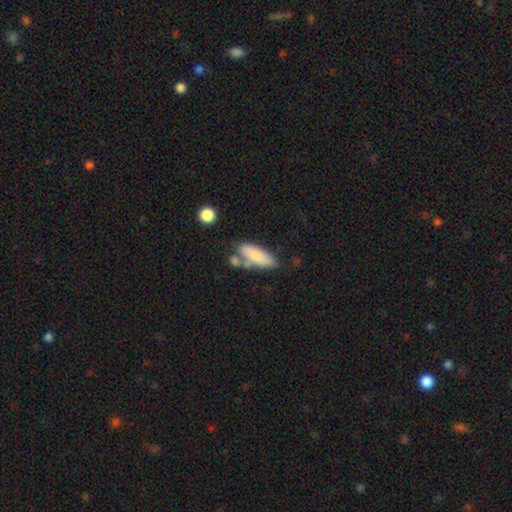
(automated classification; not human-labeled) Smooth or featured? Predicted: smooth (p=0.77). How rounded? Predicted: in between (p=0.67). Merging? Predicted: none (p=0.49).